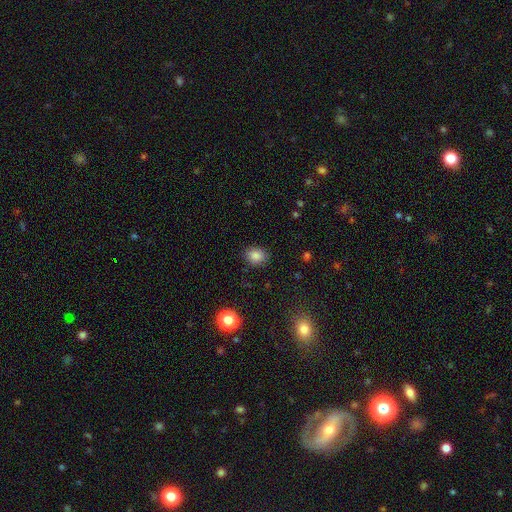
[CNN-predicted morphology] Smooth or featured? Predicted: smooth (p=0.85). How rounded? Predicted: round (p=0.51). Merging? Predicted: none (p=0.85).